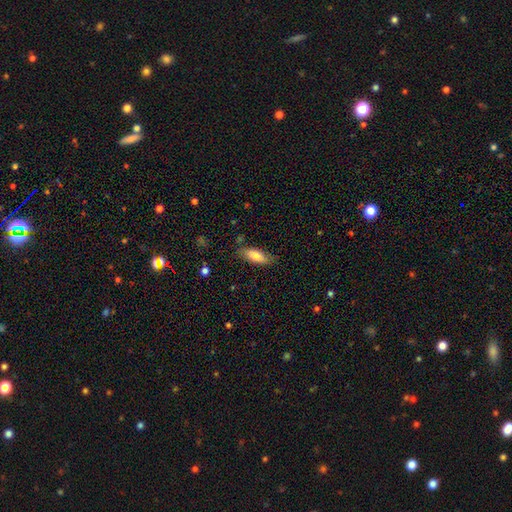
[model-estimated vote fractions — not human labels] Q: Smooth or featured?
A: smooth (78%); runner-up: featured or disk (16%)
Q: How rounded?
A: in between (75%); runner-up: cigar-shaped (23%)
Q: Merging?
A: none (76%); runner-up: minor disturbance (18%)